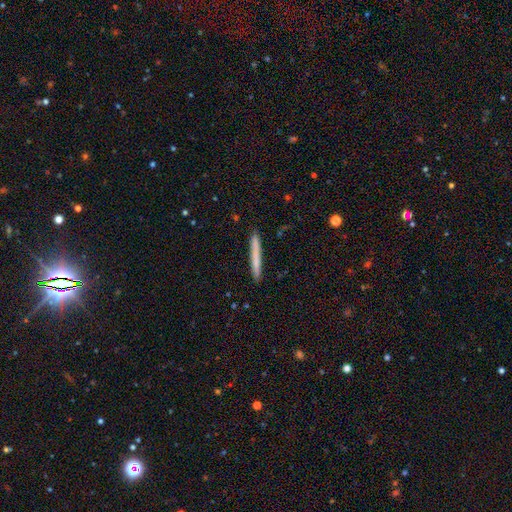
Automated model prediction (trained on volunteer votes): Smooth or featured?
  - smooth: 66% *
  - featured or disk: 27%
  - star or artifact: 6%
How rounded?
  - cigar-shaped: 97% *
  - in between: 2%
  - round: 1%
Merging?
  - none: 91% *
  - minor disturbance: 6%
  - major disturbance: 1%
  - merger: 1%